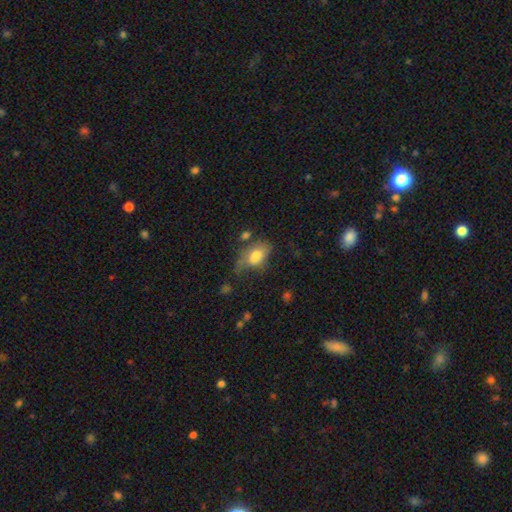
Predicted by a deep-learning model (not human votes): A smooth galaxy with no disk features (72%) that is in between round and cigar-shaped (89%). Merging: none (33%).